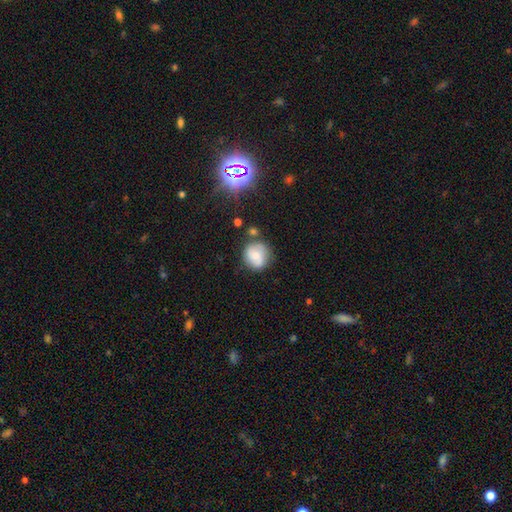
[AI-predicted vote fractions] Q: Smooth or featured?
A: smooth (64%); runner-up: featured or disk (26%)
Q: How rounded?
A: round (86%); runner-up: in between (13%)
Q: Merging?
A: none (67%); runner-up: minor disturbance (20%)